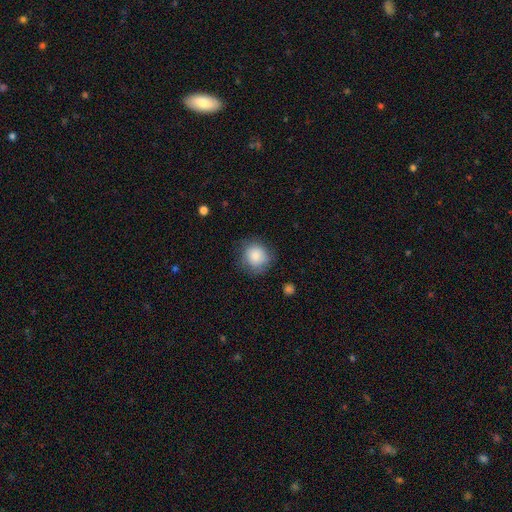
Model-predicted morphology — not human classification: Smooth or featured?
  - smooth: 84% *
  - star or artifact: 8%
  - featured or disk: 8%
How rounded?
  - round: 87% *
  - in between: 12%
  - cigar-shaped: 1%
Merging?
  - none: 78% *
  - minor disturbance: 16%
  - major disturbance: 5%
  - merger: 1%